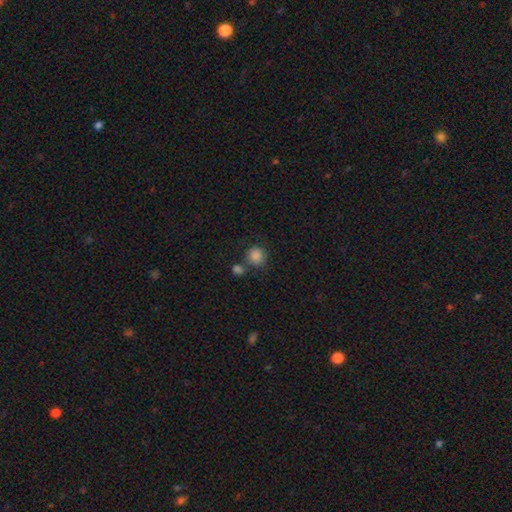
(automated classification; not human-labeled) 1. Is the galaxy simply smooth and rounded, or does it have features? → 86% smooth, 9% star or artifact, 5% featured or disk.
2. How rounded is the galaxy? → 86% round, 13% in between, 1% cigar-shaped.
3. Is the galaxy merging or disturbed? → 61% none, 22% merger, 13% minor disturbance, 5% major disturbance.